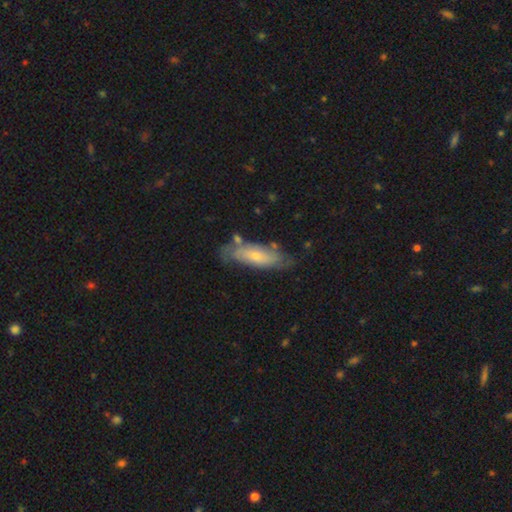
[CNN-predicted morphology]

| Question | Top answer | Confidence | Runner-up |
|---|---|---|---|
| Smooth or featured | smooth | 48% | featured or disk (46%) |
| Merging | none | 61% | minor disturbance (24%) |